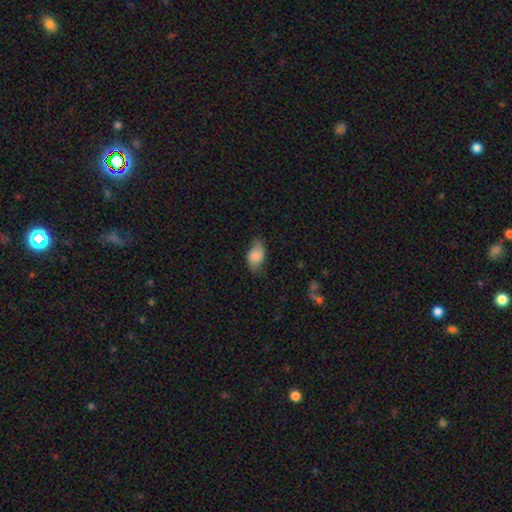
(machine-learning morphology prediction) Smooth or featured: smooth — 77% (featured or disk — 15%)
How rounded: in between — 89% (round — 9%)
Merging: none — 60% (minor disturbance — 30%)